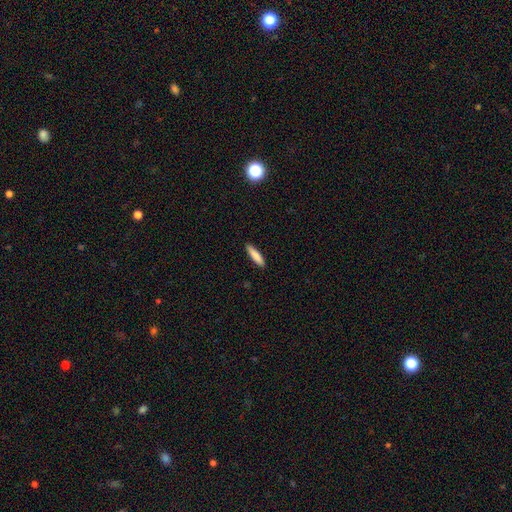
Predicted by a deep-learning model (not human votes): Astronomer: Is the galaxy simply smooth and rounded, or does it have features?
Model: smooth — 84%.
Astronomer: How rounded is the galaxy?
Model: cigar-shaped — 80%.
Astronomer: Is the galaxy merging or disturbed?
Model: none — 90%.